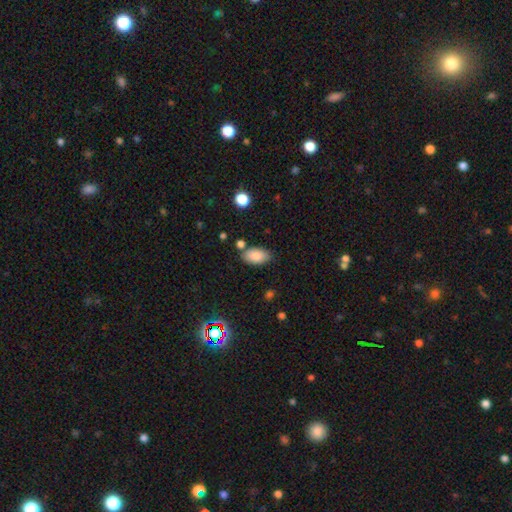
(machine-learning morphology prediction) Smooth or featured?
  - smooth: 85% *
  - star or artifact: 8%
  - featured or disk: 7%
How rounded?
  - in between: 93% *
  - round: 5%
  - cigar-shaped: 2%
Merging?
  - none: 74% *
  - minor disturbance: 15%
  - merger: 7%
  - major disturbance: 3%